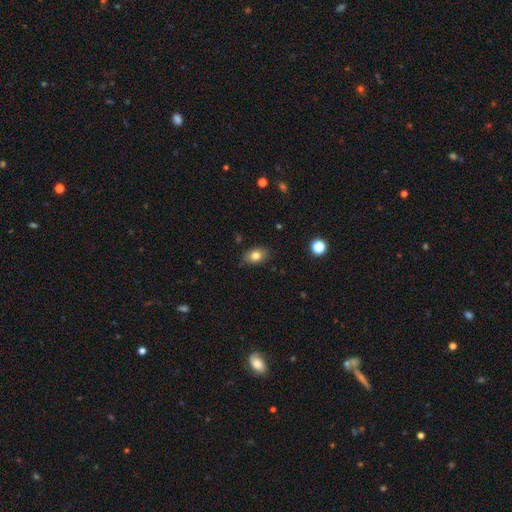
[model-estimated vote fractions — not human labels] The model was most divided on "how rounded": in between: 78%, round: 21%, cigar-shaped: 1%. More confident: merging — none (84%); smooth or featured — smooth (80%).